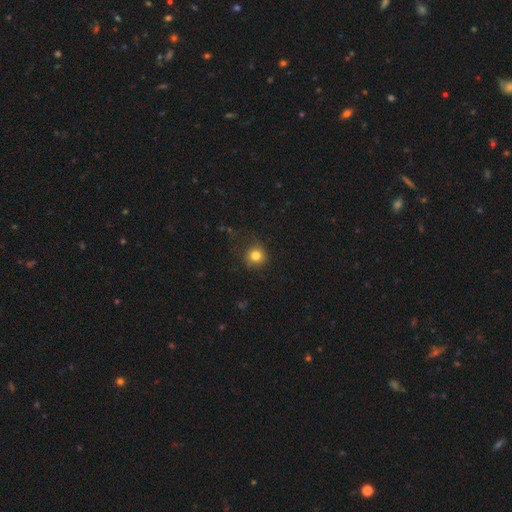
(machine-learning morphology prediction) Q: Smooth or featured?
A: smooth (81%); runner-up: star or artifact (13%)
Q: How rounded?
A: round (92%); runner-up: in between (8%)
Q: Merging?
A: none (84%); runner-up: minor disturbance (11%)